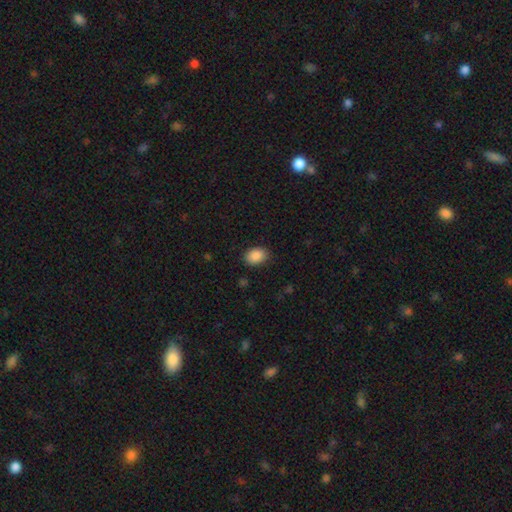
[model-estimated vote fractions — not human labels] Smooth or featured?
  - smooth: 89% *
  - star or artifact: 8%
  - featured or disk: 3%
How rounded?
  - in between: 75% *
  - round: 24%
  - cigar-shaped: 1%
Merging?
  - none: 86% *
  - minor disturbance: 11%
  - major disturbance: 3%
  - merger: 1%